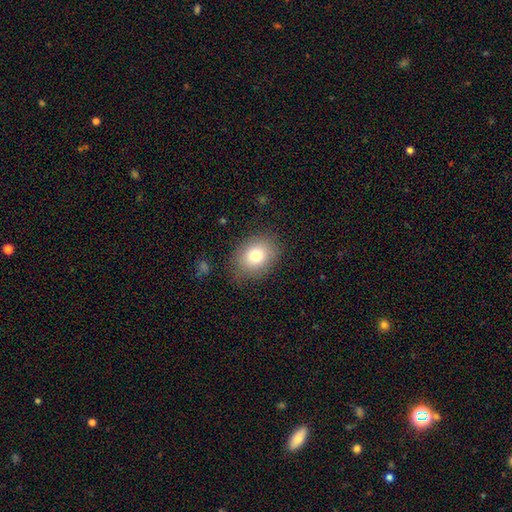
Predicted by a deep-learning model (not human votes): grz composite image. It shows a smooth galaxy with no disk features (77%) that is in between round and cigar-shaped (52%). Merging: none (80%).